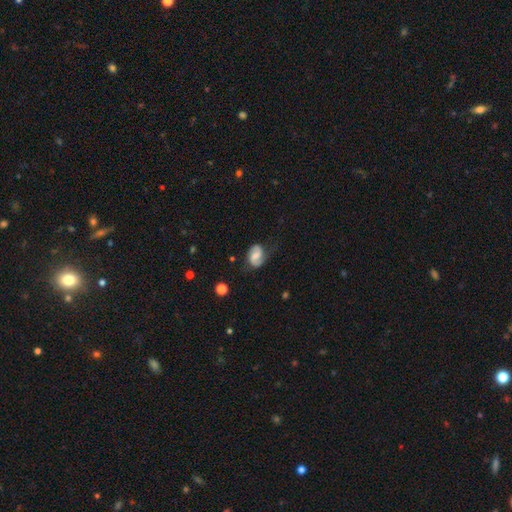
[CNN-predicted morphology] Smooth or featured? featured or disk (73%)
Edge-on disk? no (98%)
Bar? weak (49%)
Spiral arms? yes (94%)
Spiral winding? medium (47%)
Spiral arm count? 2 (88%)
Bulge size? moderate (33%)
Merging? none (69%)